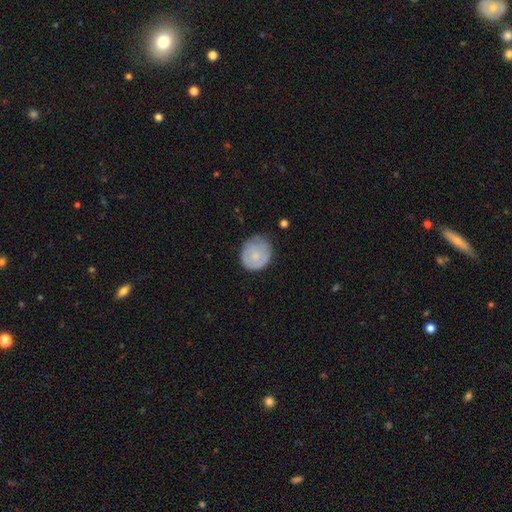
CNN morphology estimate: A smooth galaxy with no disk features (69%) that is round (76%). Merging: none (63%).